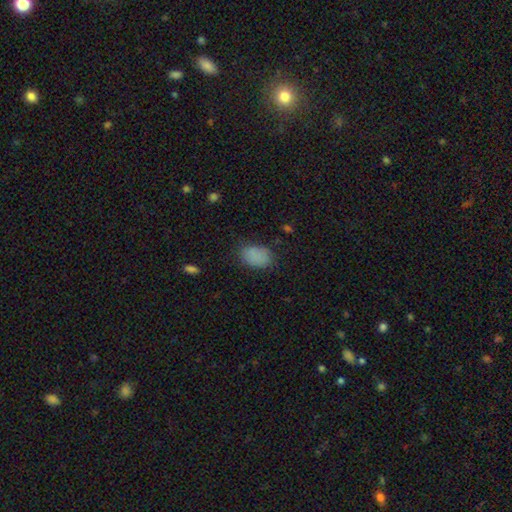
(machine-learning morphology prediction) Smooth or featured? Predicted: smooth (p=0.84). How rounded? Predicted: in between (p=0.85). Merging? Predicted: none (p=0.72).